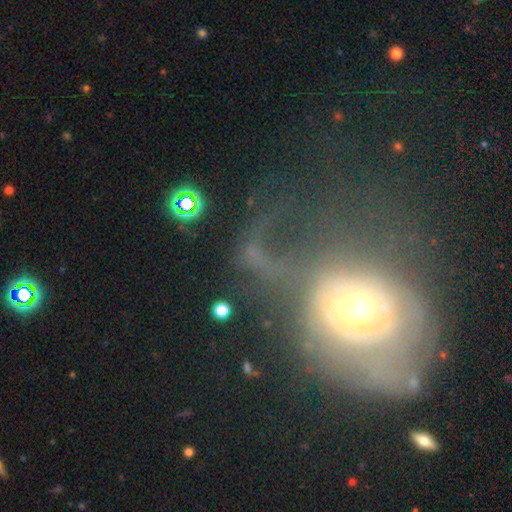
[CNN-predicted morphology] Smooth or featured?
  - featured or disk: 50% *
  - smooth: 29%
  - star or artifact: 20%
Edge-on disk?
  - no: 92% *
  - yes: 8%
Merging?
  - major disturbance: 46% *
  - none: 27%
  - merger: 14%
  - minor disturbance: 12%